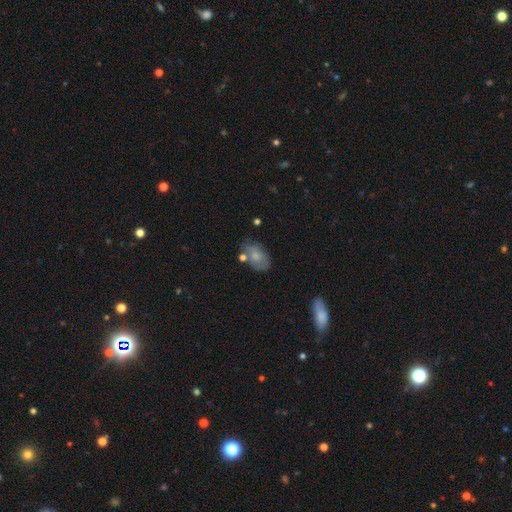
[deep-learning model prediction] Q: Smooth or featured?
A: smooth (66%); runner-up: featured or disk (26%)
Q: How rounded?
A: in between (86%); runner-up: round (13%)
Q: Merging?
A: none (55%); runner-up: minor disturbance (25%)